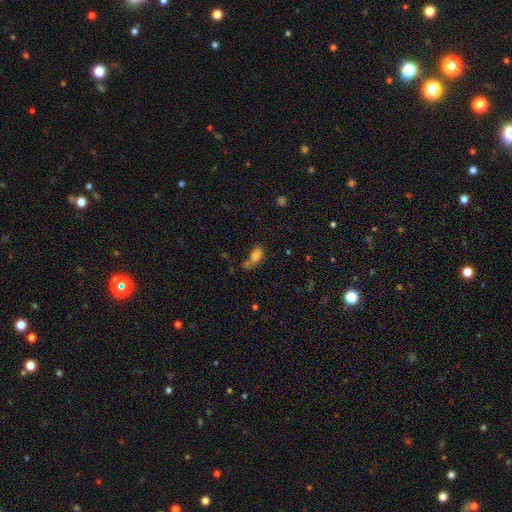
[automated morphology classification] Smooth or featured?
  - smooth: 74% *
  - featured or disk: 13%
  - star or artifact: 13%
How rounded?
  - in between: 87% *
  - round: 7%
  - cigar-shaped: 6%
Merging?
  - none: 38% *
  - minor disturbance: 23%
  - merger: 20%
  - major disturbance: 19%